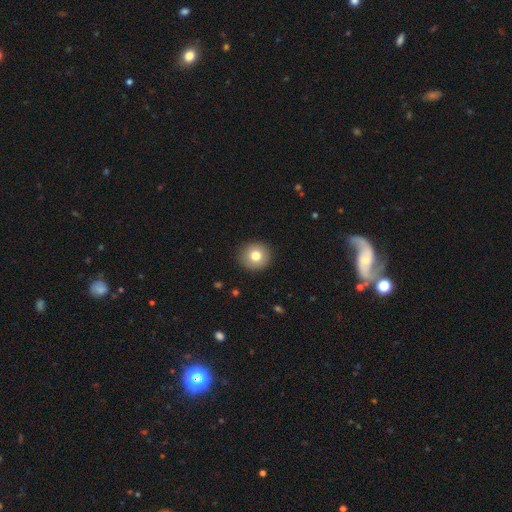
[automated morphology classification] A smooth galaxy with no disk features (79%) that is round (90%). Merging: none (91%).